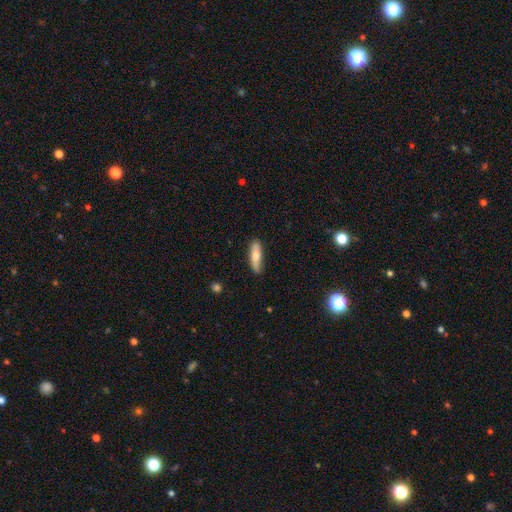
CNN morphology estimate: smooth_or_featured: smooth (p=0.67) [alt: featured or disk p=0.28]
how_rounded: cigar-shaped (p=0.60) [alt: in between p=0.37]
merging: none (p=0.83) [alt: minor disturbance p=0.13]